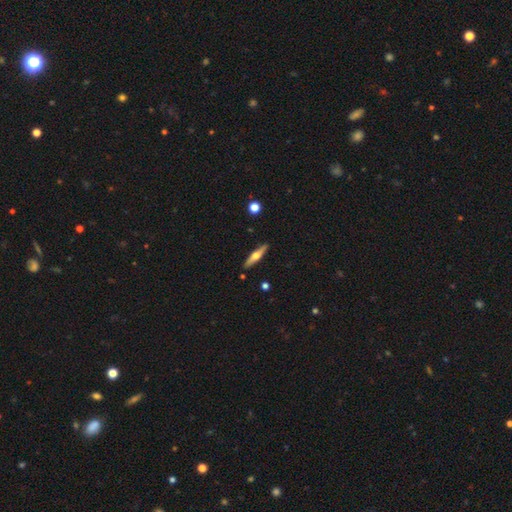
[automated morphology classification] Overall: featured or disk (59%; smooth 35%). Edge-on disk: yes (95%). Edge-on bulge: rounded (93%). Merging: none (89%).